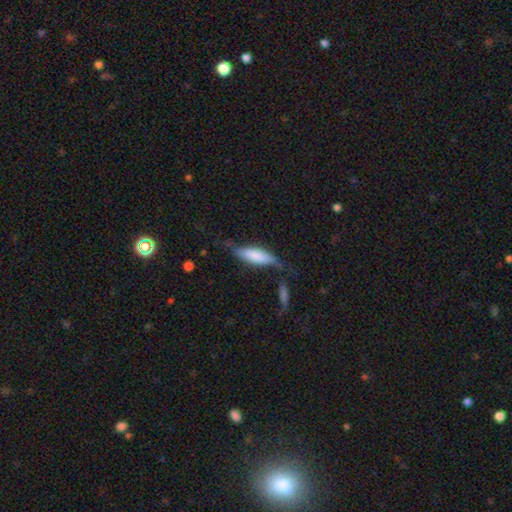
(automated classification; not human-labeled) This is likely a smooth galaxy (68%). How rounded: possibly in between (52%). Merging: marginally none (43%).